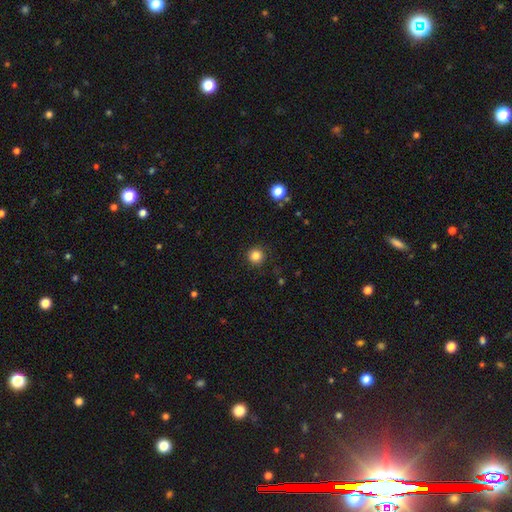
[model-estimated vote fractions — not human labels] Overall: smooth (84%). How rounded: round (95%). Merging: none (91%).